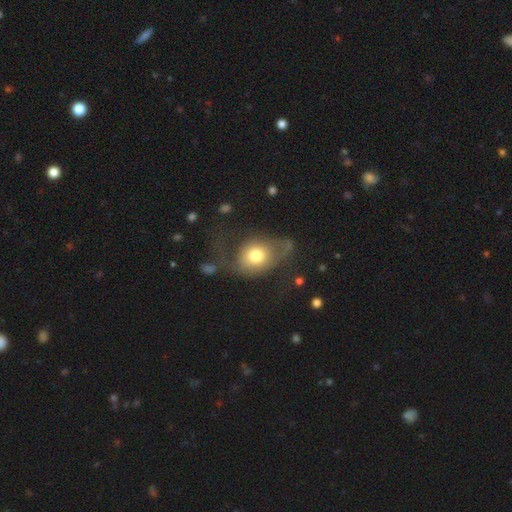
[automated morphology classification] This is likely a smooth galaxy (65%). How rounded: possibly in between (52%). Merging: marginally major disturbance (45%).